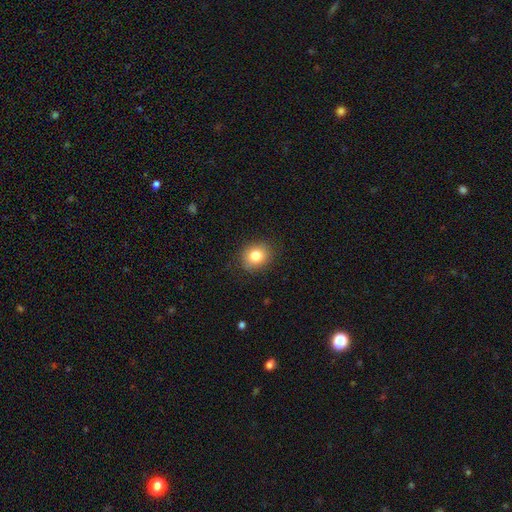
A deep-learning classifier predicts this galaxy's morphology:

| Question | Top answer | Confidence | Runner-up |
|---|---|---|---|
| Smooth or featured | smooth | 81% | star or artifact (10%) |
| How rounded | round | 65% | in between (34%) |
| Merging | none | 85% | minor disturbance (11%) |